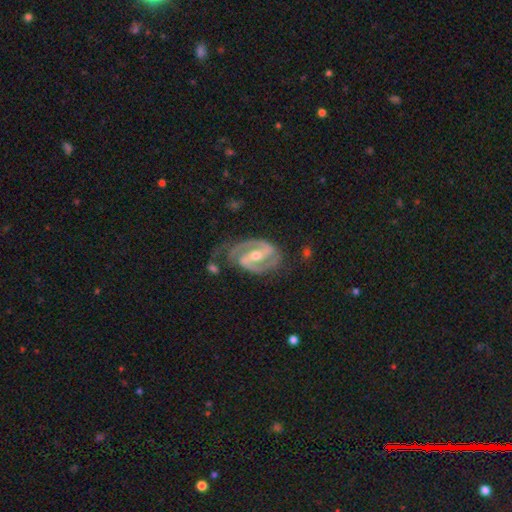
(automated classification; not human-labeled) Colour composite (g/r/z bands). It shows a featured or disk galaxy (92%) with a strong bar (55%), 2 (92%) medium (49%) spiral arms (98%) and a moderate central bulge (60%). Merging: none (62%).